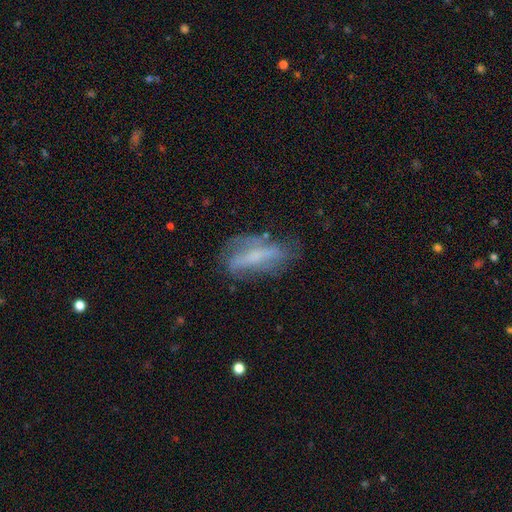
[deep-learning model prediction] Smooth or featured? featured or disk (55%)
Edge-on disk? no (75%)
Merging? none (52%)